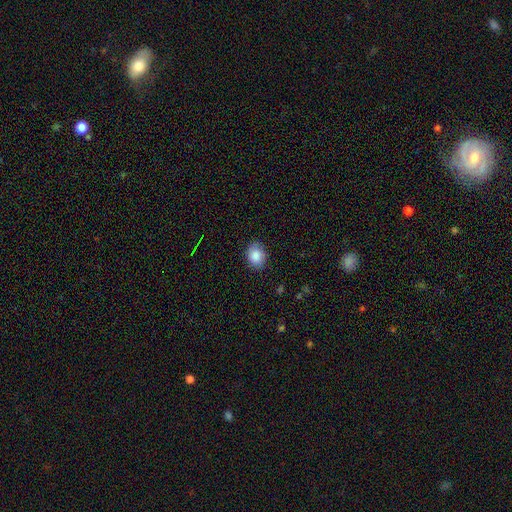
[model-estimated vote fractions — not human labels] Smooth or featured? smooth (86%)
How rounded? in between (61%)
Merging? none (83%)